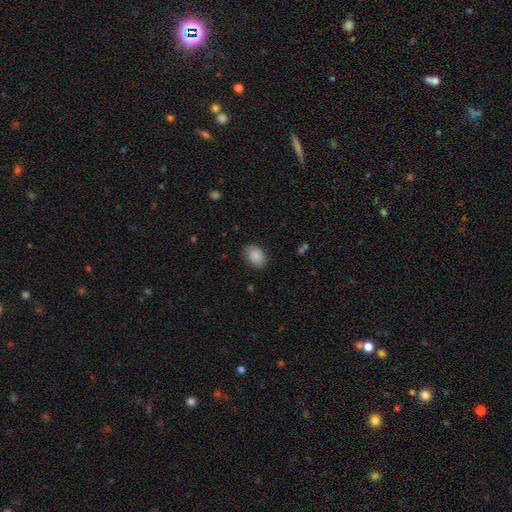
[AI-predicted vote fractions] Overall: smooth (84%). How rounded: in between (77%). Merging: none (80%).